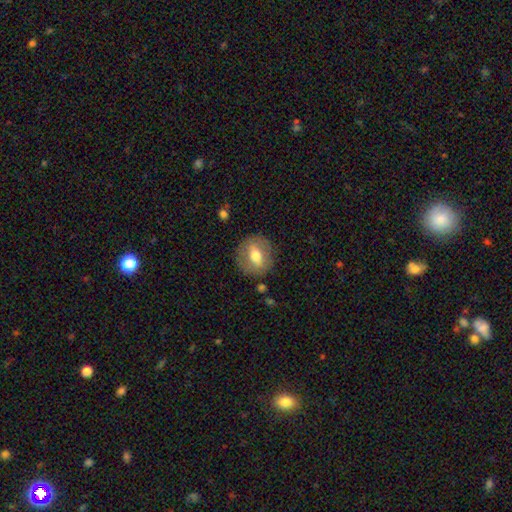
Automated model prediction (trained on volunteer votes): Smooth or featured?
  - smooth: 54% *
  - featured or disk: 39%
  - star or artifact: 7%
How rounded?
  - round: 77% *
  - in between: 21%
  - cigar-shaped: 2%
Merging?
  - none: 84% *
  - minor disturbance: 11%
  - major disturbance: 4%
  - merger: 2%